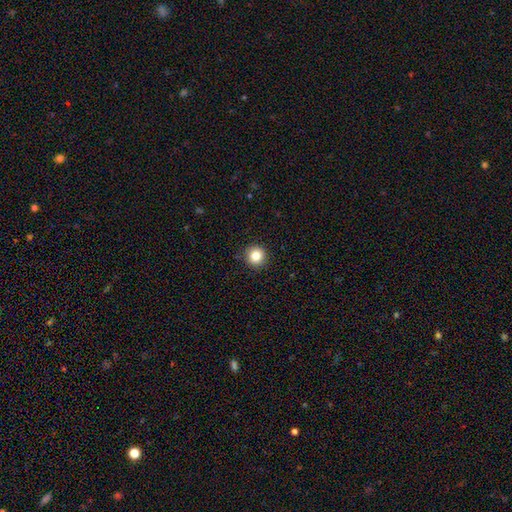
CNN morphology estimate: This is clearly a smooth galaxy (84%). How rounded: clearly round (94%). Merging: clearly none (91%).